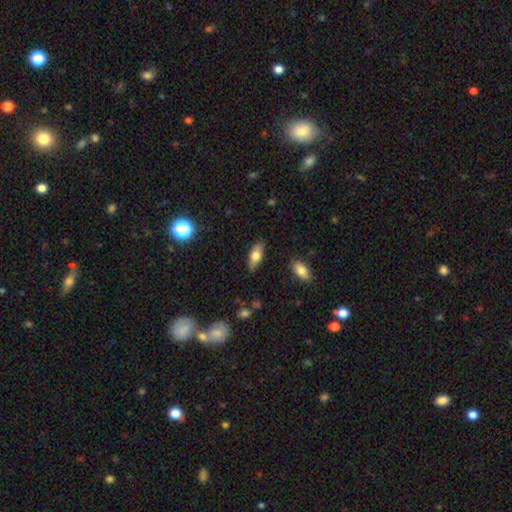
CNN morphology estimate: The model was most divided on "smooth or featured": smooth: 69%, featured or disk: 24%, star or artifact: 7%. More confident: merging — none (84%); how rounded — in between (80%).